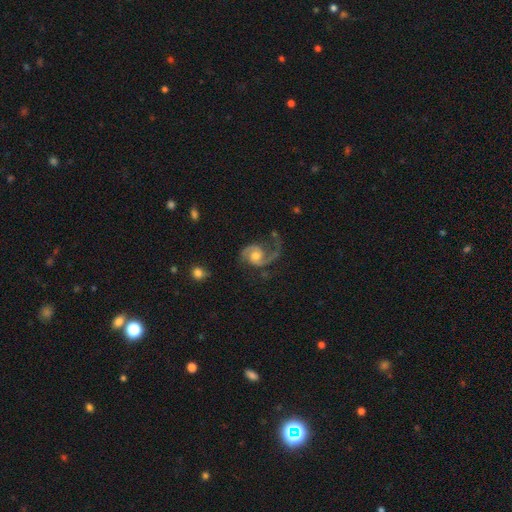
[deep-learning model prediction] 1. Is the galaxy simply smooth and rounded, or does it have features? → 88% featured or disk, 7% smooth, 5% star or artifact.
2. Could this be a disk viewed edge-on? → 98% no, 2% yes.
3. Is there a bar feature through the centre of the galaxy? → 67% no, 27% weak, 6% strong.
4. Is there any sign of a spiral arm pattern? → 97% yes, 3% no.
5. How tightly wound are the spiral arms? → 50% medium, 33% loose, 17% tight.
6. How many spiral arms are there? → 80% 2, 15% 1, 2% can't tell, 1% 3, 1% 4, 1% more than 4.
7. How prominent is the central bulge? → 67% moderate, 21% small, 9% large, 2% none, 1% dominant.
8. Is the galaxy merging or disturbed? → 54% none, 23% major disturbance, 20% minor disturbance, 3% merger.